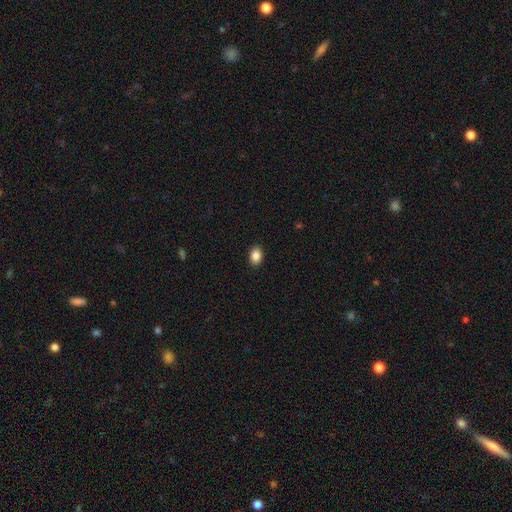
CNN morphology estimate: A smooth galaxy with no disk features (87%) that is in between round and cigar-shaped (79%). Merging: none (91%).